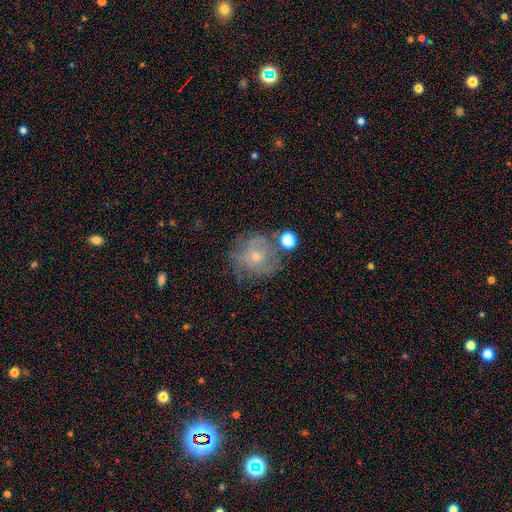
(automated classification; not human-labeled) A featured or disk galaxy (48%). Merging: none (57%).